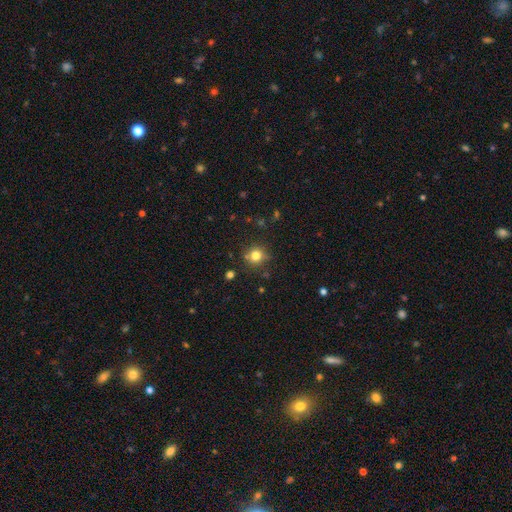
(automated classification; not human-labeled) Q: Smooth or featured?
A: smooth (78%); runner-up: star or artifact (14%)
Q: How rounded?
A: round (91%); runner-up: in between (8%)
Q: Merging?
A: none (80%); runner-up: minor disturbance (11%)